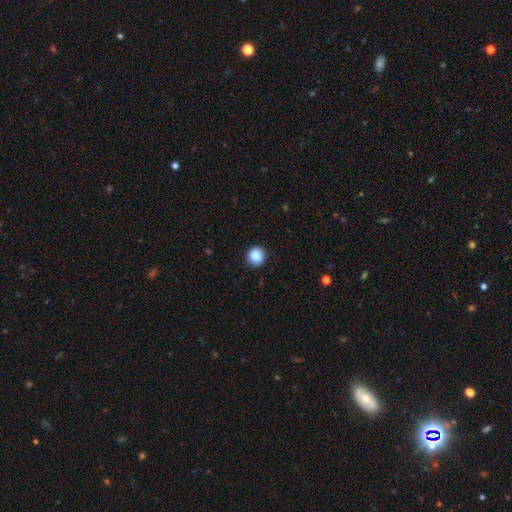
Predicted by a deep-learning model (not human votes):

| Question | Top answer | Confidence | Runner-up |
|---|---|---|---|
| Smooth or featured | smooth | 89% | star or artifact (9%) |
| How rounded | round | 93% | in between (6%) |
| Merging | none | 89% | minor disturbance (8%) |